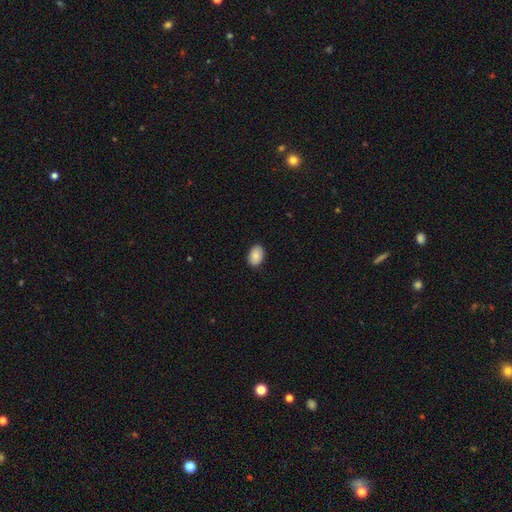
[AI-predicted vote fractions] Overall: smooth (87%). How rounded: in between (86%). Merging: none (89%).